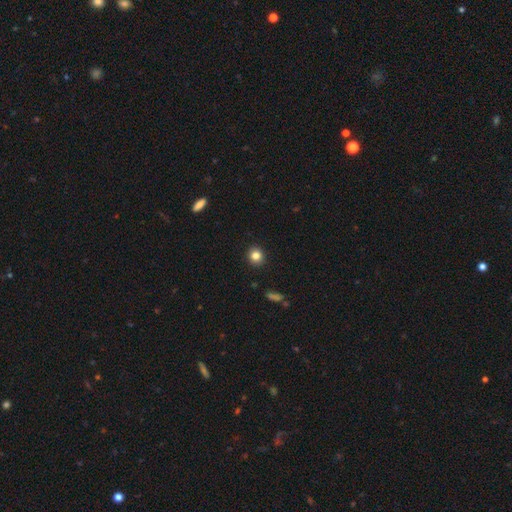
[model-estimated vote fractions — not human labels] The model was most divided on "smooth or featured": smooth: 82%, star or artifact: 11%, featured or disk: 6%. More confident: merging — none (91%); how rounded — round (86%).